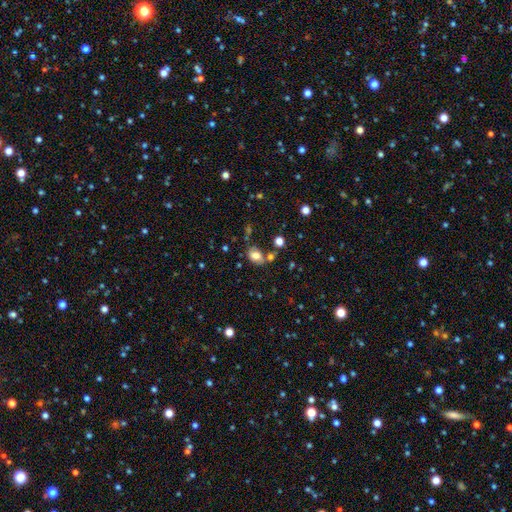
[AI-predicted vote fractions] Smooth or featured: smooth — 77% (star or artifact — 12%)
How rounded: in between — 69% (round — 30%)
Merging: none — 57% (minor disturbance — 18%)